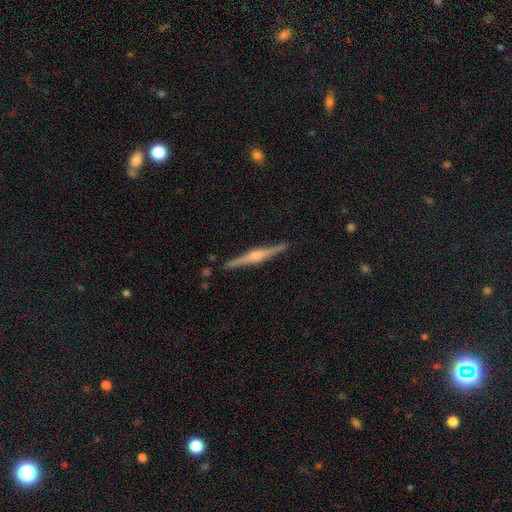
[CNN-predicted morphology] Smooth or featured?
  - featured or disk: 80% *
  - smooth: 15%
  - star or artifact: 5%
Edge-on disk?
  - yes: 98% *
  - no: 2%
Edge-on bulge?
  - rounded: 77% *
  - boxy: 16%
  - none: 7%
Merging?
  - none: 91% *
  - minor disturbance: 7%
  - major disturbance: 1%
  - merger: 1%